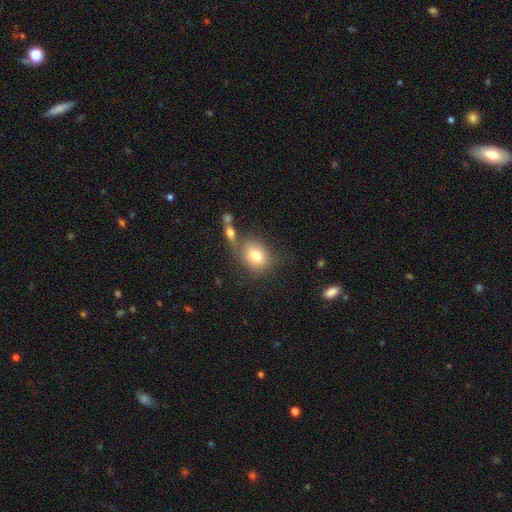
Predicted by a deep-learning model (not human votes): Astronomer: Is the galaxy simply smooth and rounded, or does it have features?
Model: smooth — 80%.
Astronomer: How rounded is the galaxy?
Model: in between — 56% (runner-up: round, 42%).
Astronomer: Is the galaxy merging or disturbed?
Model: none — 57%.